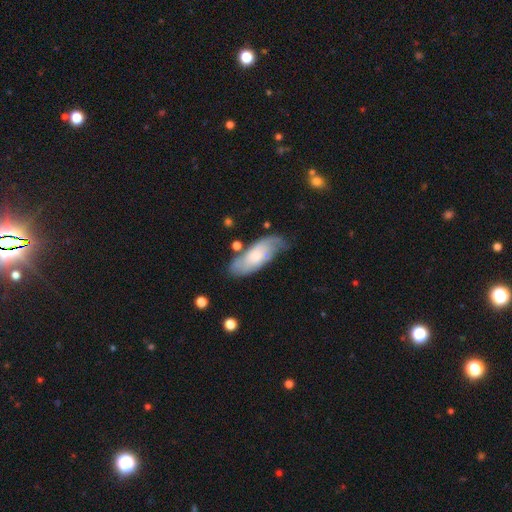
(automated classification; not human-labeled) Smooth or featured? smooth (50%)
How rounded? in between (80%)
Merging? none (56%)